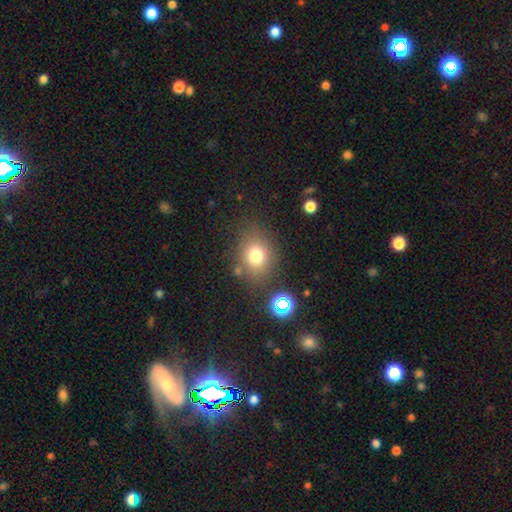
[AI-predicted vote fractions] Q: Smooth or featured?
A: smooth (75%); runner-up: star or artifact (14%)
Q: How rounded?
A: round (58%); runner-up: in between (41%)
Q: Merging?
A: none (74%); runner-up: minor disturbance (14%)